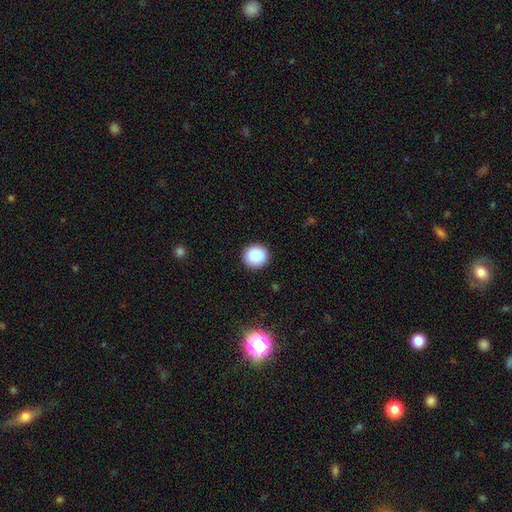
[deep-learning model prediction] Overall: smooth (88%). How rounded: round (90%). Merging: none (91%).